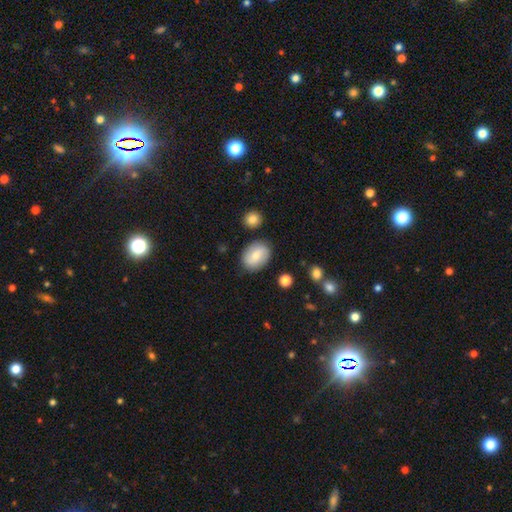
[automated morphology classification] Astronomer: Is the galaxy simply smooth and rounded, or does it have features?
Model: smooth — 69%.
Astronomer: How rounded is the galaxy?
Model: in between — 67%.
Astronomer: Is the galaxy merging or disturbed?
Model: none — 83%.